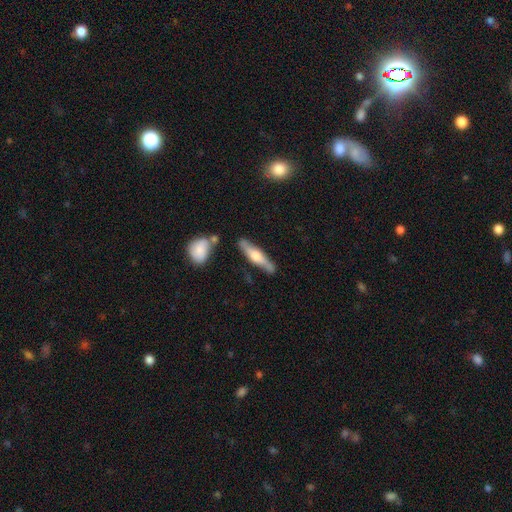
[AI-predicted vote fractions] A featured or disk galaxy (53%) viewed edge-on (89%). Merging: none (77%).